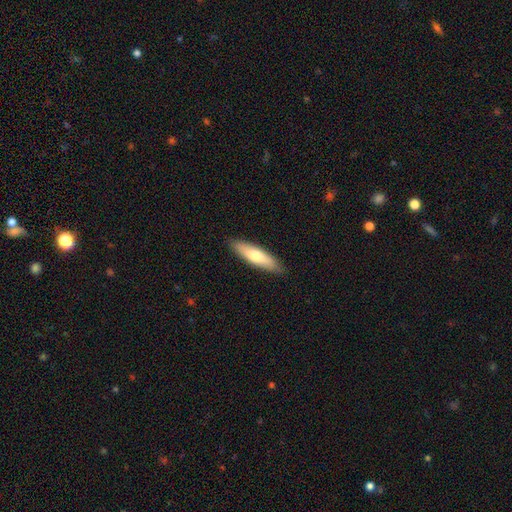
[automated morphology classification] A smooth galaxy with no disk features (67%) that is cigar-shaped (66%). Merging: none (88%).